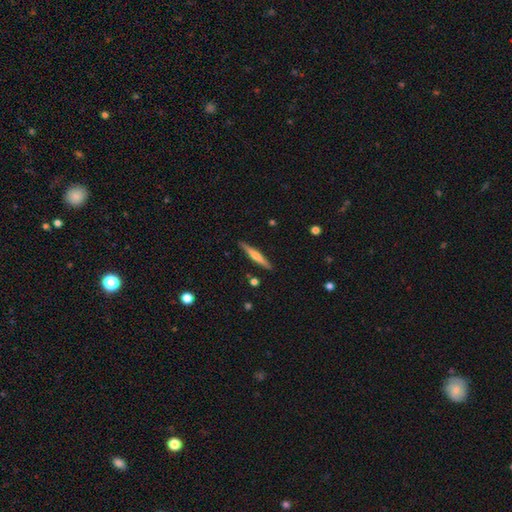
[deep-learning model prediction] smooth_or_featured: featured or disk (p=0.54) [alt: smooth p=0.40]
disk_edge_on: yes (p=0.97) [alt: no p=0.03]
edge_on_bulge: rounded (p=0.71) [alt: none p=0.19]
merging: none (p=0.90) [alt: minor disturbance p=0.07]